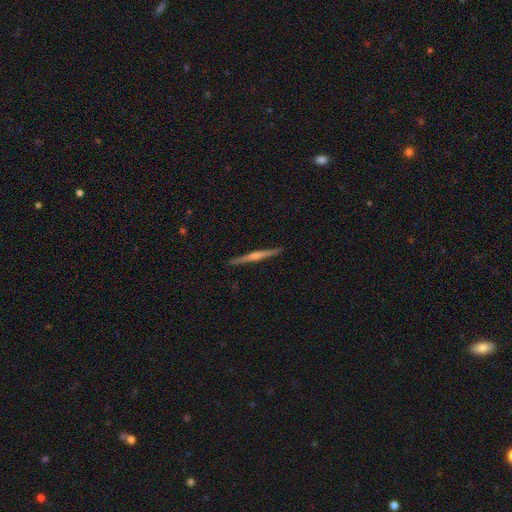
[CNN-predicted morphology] Smooth or featured? Predicted: featured or disk (p=0.76). Edge-on disk? Predicted: yes (p=0.98). Edge-on bulge? Predicted: rounded (p=0.75). Merging? Predicted: none (p=0.92).